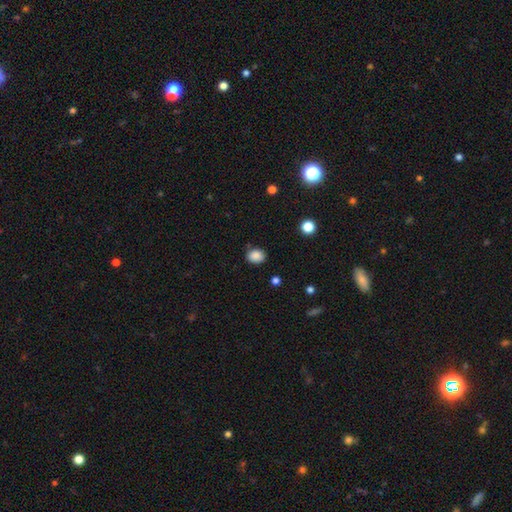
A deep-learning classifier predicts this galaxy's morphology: This is clearly a smooth galaxy (87%). How rounded: possibly round (50%). Merging: clearly none (82%).